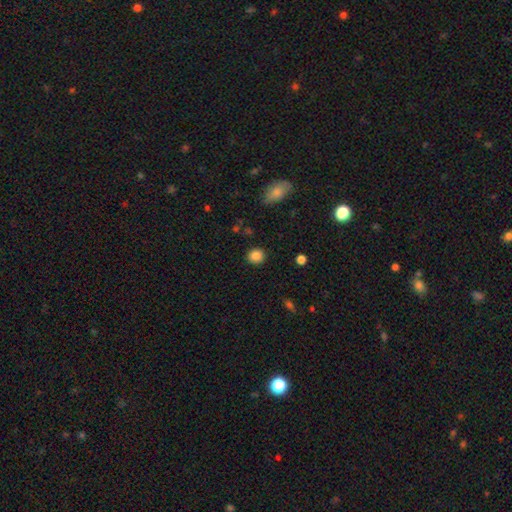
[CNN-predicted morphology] Smooth or featured? Predicted: smooth (p=0.86). How rounded? Predicted: round (p=0.84). Merging? Predicted: none (p=0.89).